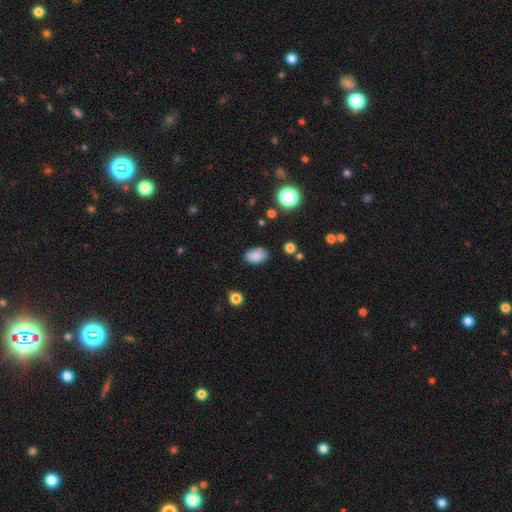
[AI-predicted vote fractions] Smooth or featured? smooth (86%)
How rounded? in between (88%)
Merging? none (81%)